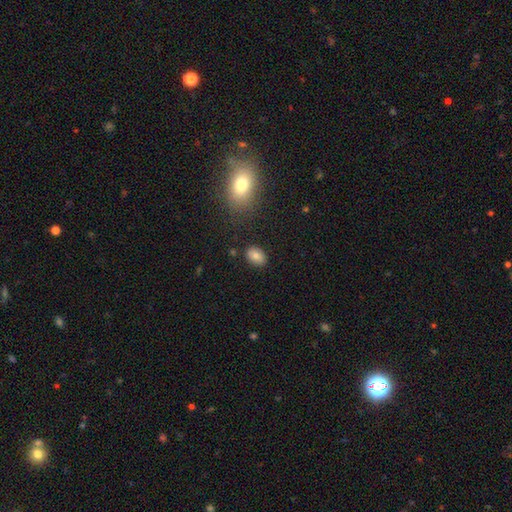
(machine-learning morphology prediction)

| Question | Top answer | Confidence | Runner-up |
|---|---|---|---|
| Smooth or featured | smooth | 80% | star or artifact (10%) |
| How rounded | in between | 82% | round (17%) |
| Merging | none | 84% | minor disturbance (11%) |